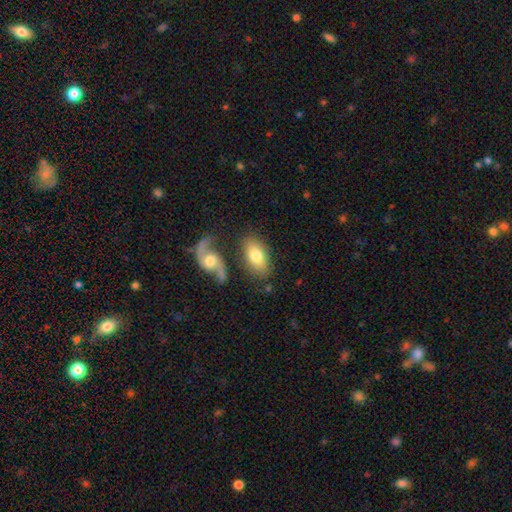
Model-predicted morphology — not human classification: smooth_or_featured: smooth (p=0.71) [alt: featured or disk p=0.24]
how_rounded: in between (p=0.92) [alt: round p=0.05]
merging: none (p=0.69) [alt: minor disturbance p=0.14]